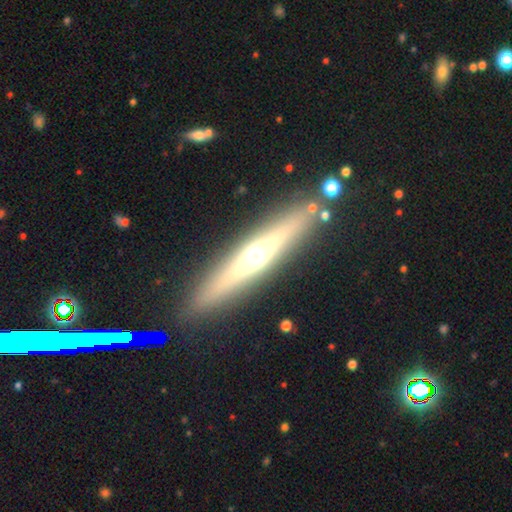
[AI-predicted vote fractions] smooth-or-featured: featured or disk: 62% | smooth: 29% | star or artifact: 9%
  disk-edge-on: yes: 92% | no: 8%
    edge-on-bulge: rounded: 89% | none: 6% | boxy: 5%
  merging: none: 87% | minor disturbance: 8% | merger: 3% | major disturbance: 3%